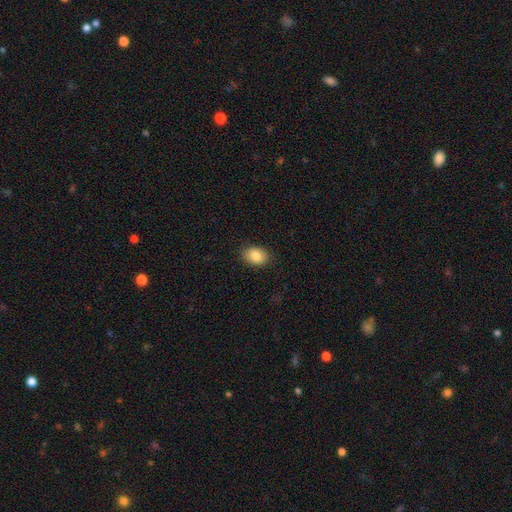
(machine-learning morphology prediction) smooth_or_featured: smooth (p=0.85) [alt: star or artifact p=0.08]
how_rounded: in between (p=0.78) [alt: round p=0.21]
merging: none (p=0.85) [alt: minor disturbance p=0.11]